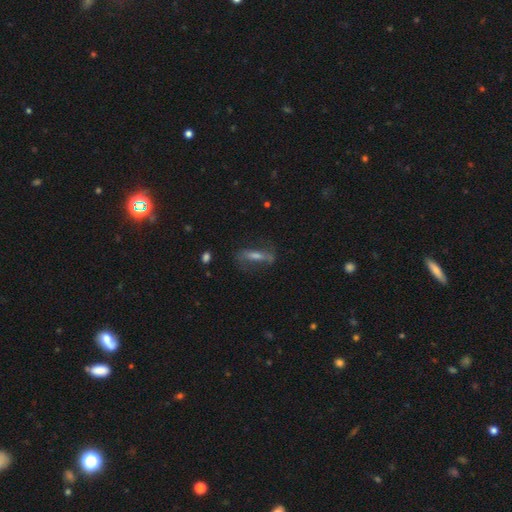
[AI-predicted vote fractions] smooth_or_featured: featured or disk (p=0.56) [alt: smooth p=0.30]
disk_edge_on: no (p=0.60) [alt: yes p=0.40]
merging: none (p=0.65) [alt: minor disturbance p=0.19]